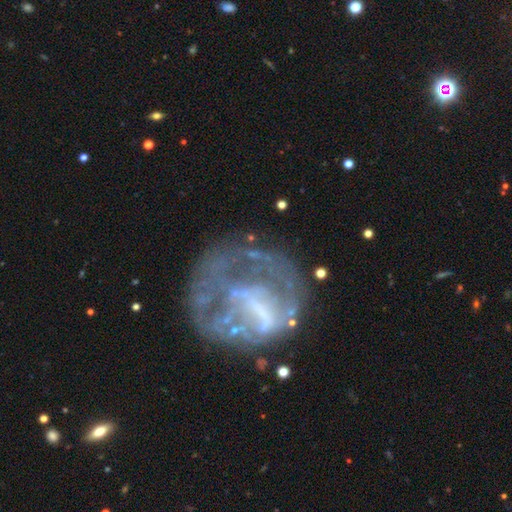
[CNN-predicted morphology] Smooth or featured: featured or disk — 68% (smooth — 19%)
Edge-on disk: no — 97% (yes — 3%)
Bar: no — 57% (weak — 28%)
Spiral arms: no — 68% (yes — 32%)
Bulge size: none — 59% (small — 21%)
Merging: none — 44% (major disturbance — 33%)